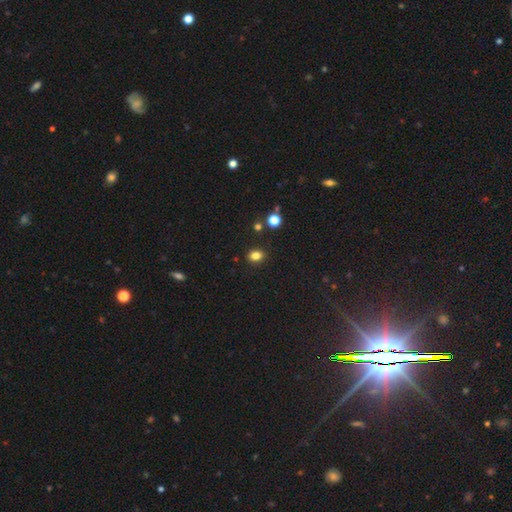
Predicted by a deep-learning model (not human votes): smooth_or_featured: smooth (p=0.82) [alt: star or artifact p=0.13]
how_rounded: in between (p=0.54) [alt: round p=0.45]
merging: none (p=0.87) [alt: minor disturbance p=0.08]